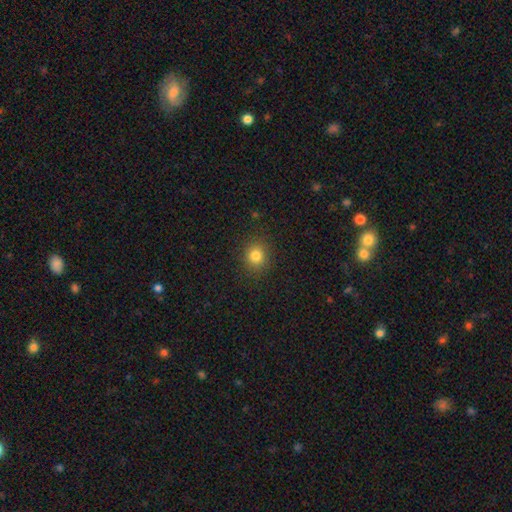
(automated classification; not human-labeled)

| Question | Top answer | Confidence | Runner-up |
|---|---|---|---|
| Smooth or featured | smooth | 81% | star or artifact (13%) |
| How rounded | round | 82% | in between (17%) |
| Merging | none | 89% | minor disturbance (7%) |